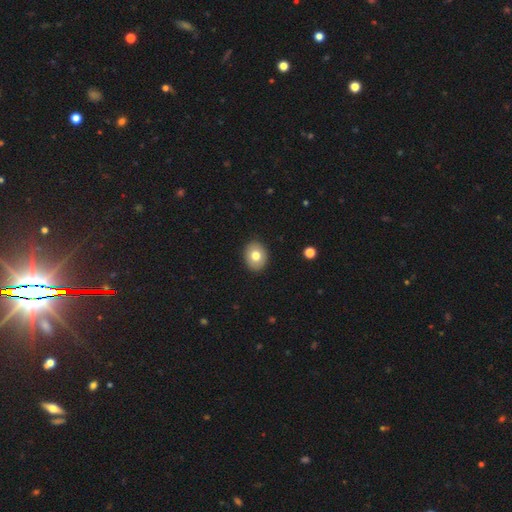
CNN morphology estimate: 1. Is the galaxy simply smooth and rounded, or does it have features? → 75% smooth, 16% featured or disk, 8% star or artifact.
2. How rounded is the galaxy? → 50% round, 49% in between, 1% cigar-shaped.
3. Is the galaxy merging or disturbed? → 91% none, 7% minor disturbance, 2% major disturbance, 1% merger.